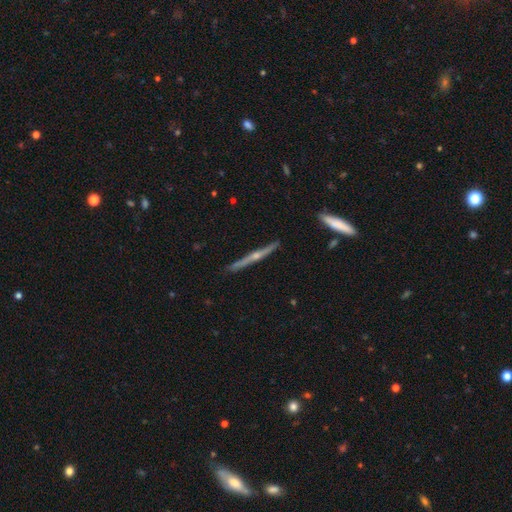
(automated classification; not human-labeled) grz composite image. It shows a featured or disk galaxy (79%) viewed edge-on (98%) with a rounded central bulge (83%). Merging: none (89%).